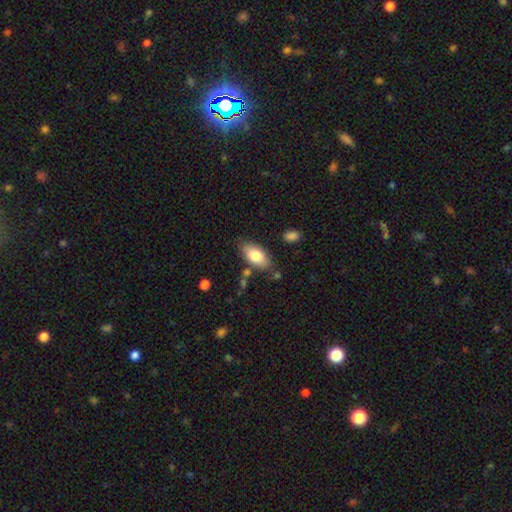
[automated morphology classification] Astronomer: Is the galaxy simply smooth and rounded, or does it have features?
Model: smooth — 81%.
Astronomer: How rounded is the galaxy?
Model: in between — 93%.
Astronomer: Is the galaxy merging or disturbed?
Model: none — 76%.